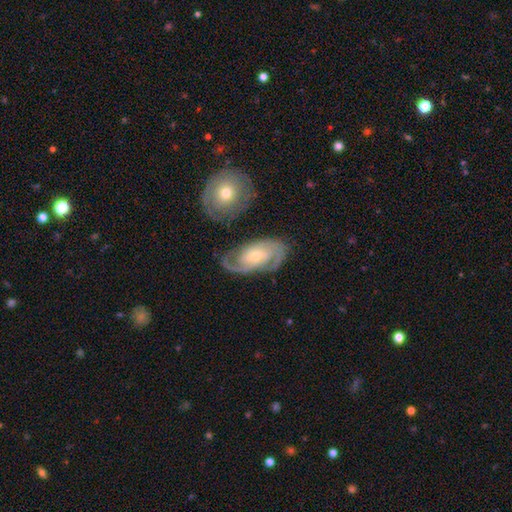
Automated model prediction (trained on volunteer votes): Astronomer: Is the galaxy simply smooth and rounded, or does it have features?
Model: featured or disk — 86%.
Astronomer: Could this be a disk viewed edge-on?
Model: no — 96%.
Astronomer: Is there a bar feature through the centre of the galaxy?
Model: no — 57% (runner-up: weak, 33%).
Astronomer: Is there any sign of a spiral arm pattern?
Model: yes — 96%.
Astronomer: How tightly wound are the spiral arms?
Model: tight — 55% (runner-up: medium, 37%).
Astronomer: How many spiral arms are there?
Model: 2 — 73%.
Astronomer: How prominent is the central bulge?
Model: small — 54% (runner-up: moderate, 41%).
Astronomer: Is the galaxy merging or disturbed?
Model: none — 74%.